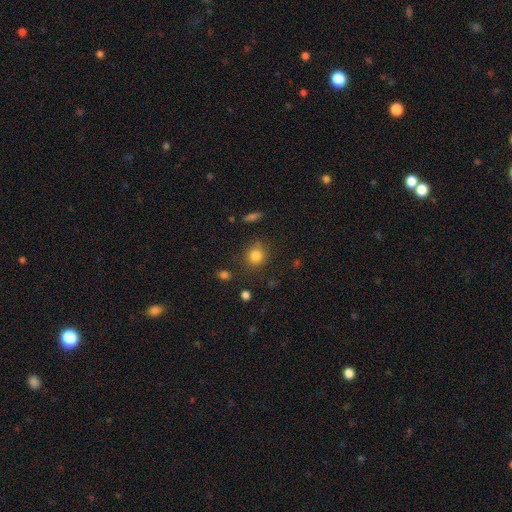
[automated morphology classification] smooth 82%, star or artifact 12%, featured or disk 6%. Down the decision tree: how rounded — round (83%); merging — none (78%).